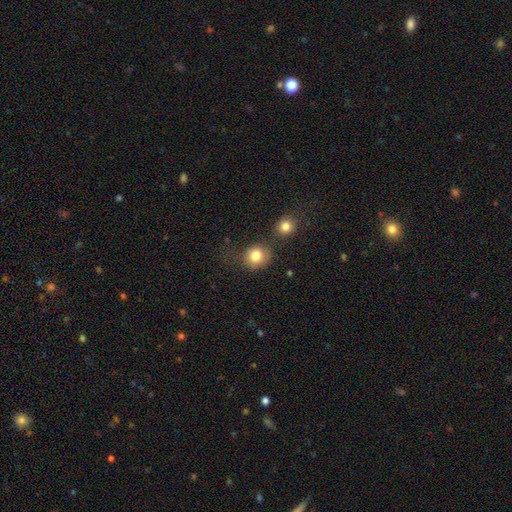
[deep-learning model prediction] The model was most divided on "merging": none: 67%, minor disturbance: 14%, merger: 12%, major disturbance: 6%. More confident: smooth or featured — smooth (82%); how rounded — round (79%).